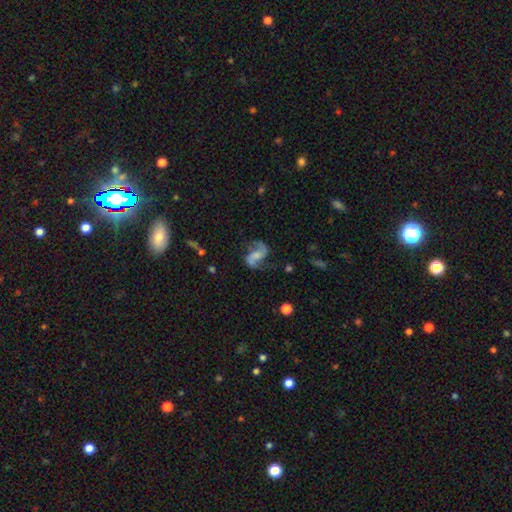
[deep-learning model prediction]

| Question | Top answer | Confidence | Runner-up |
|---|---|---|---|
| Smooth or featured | featured or disk | 86% | smooth (8%) |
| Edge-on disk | no | 98% | yes (2%) |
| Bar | no | 43% | weak (40%) |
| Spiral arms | yes | 96% | no (4%) |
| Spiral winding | loose | 54% | medium (39%) |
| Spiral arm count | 2 | 93% | can't tell (2%) |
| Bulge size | none | 37% | small (28%) |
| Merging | none | 72% | minor disturbance (16%) |